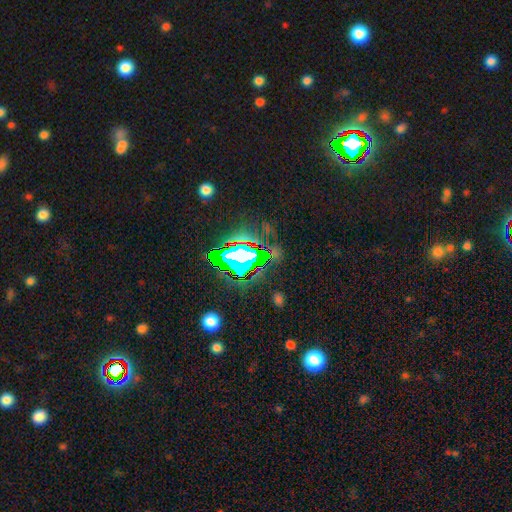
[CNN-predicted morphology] Smooth or featured: star or artifact — 75% (smooth — 13%)